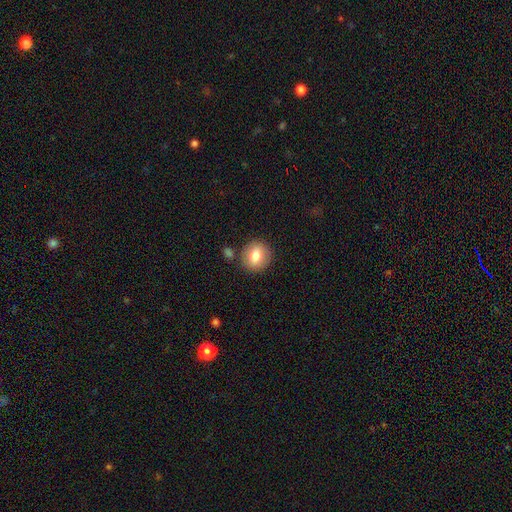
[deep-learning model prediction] This is clearly a smooth galaxy (80%). How rounded: likely round (79%). Merging: clearly none (81%).